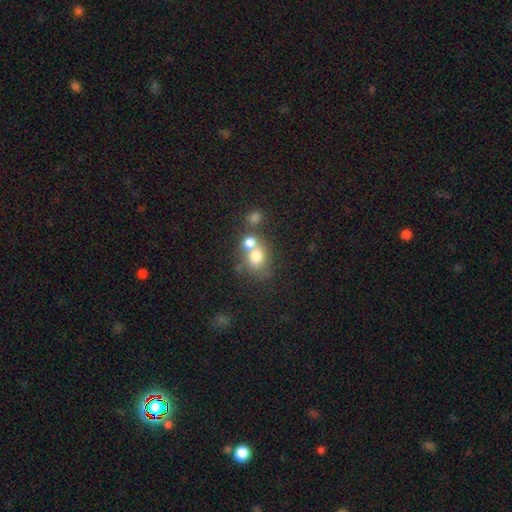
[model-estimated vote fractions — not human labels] smooth 72%, featured or disk 16%, star or artifact 12%. Down the decision tree: how rounded — round (57%); merging — merger (54%).